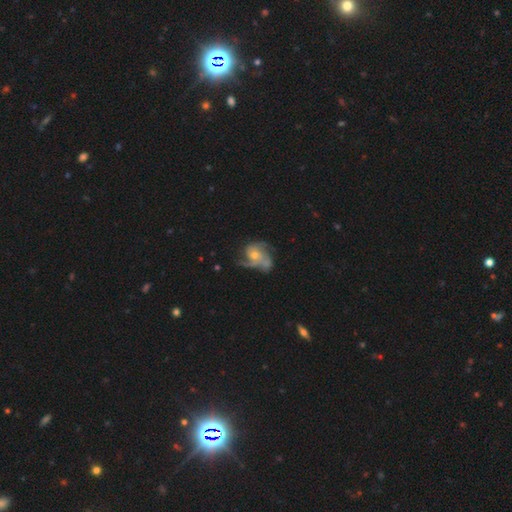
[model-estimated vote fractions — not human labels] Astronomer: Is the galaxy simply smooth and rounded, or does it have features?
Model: featured or disk — 80%.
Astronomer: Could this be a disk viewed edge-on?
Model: no — 98%.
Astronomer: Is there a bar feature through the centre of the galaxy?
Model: no — 75%.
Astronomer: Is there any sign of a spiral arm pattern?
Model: yes — 92%.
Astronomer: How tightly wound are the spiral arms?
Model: medium — 47% (runner-up: tight, 27%).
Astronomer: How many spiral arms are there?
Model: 2 — 36% (runner-up: 3, 32%).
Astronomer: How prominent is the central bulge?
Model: small — 48% (runner-up: moderate, 45%).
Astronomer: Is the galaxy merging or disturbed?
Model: none — 44% (runner-up: major disturbance, 25%).